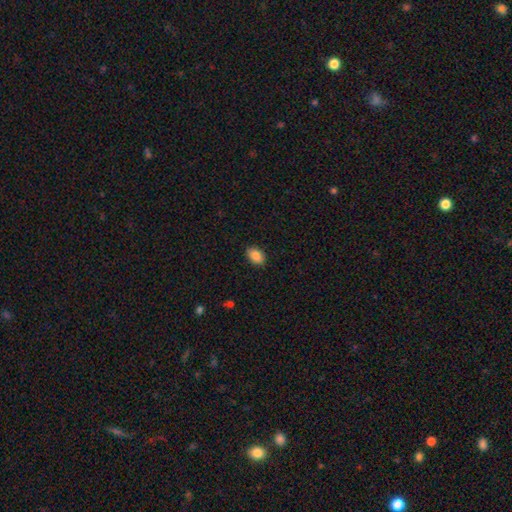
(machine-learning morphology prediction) This appears to be a smooth galaxy with no disk features (88%) that is in between round and cigar-shaped (86%). Merging: none (88%).